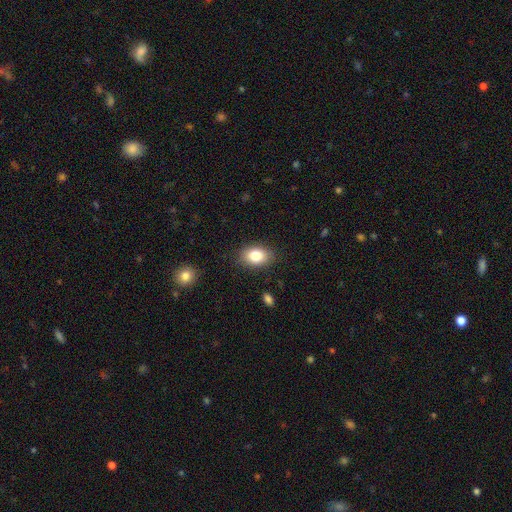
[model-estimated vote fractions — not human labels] Smooth or featured: smooth — 82% (featured or disk — 10%)
How rounded: in between — 84% (round — 15%)
Merging: none — 86% (minor disturbance — 10%)